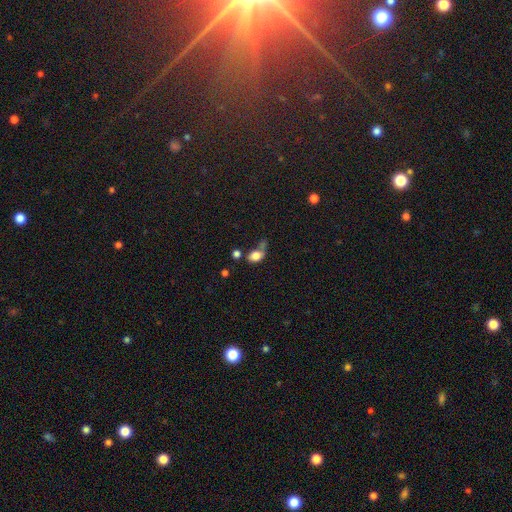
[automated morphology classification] Smooth or featured?
  - smooth: 79% *
  - featured or disk: 11%
  - star or artifact: 11%
How rounded?
  - in between: 74% *
  - round: 24%
  - cigar-shaped: 2%
Merging?
  - none: 33% *
  - merger: 28%
  - minor disturbance: 22%
  - major disturbance: 17%